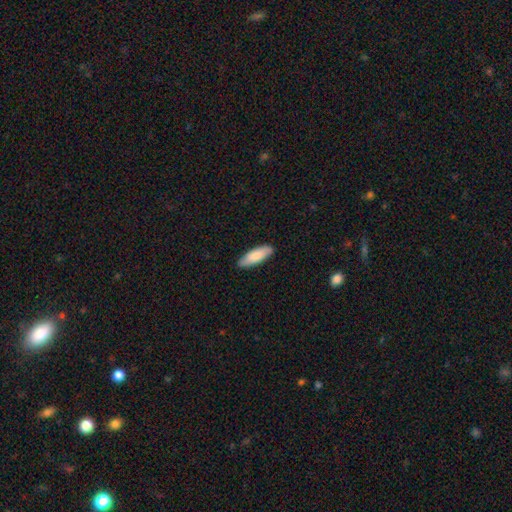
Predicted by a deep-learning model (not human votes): smooth 85%, featured or disk 10%, star or artifact 5%. Down the decision tree: how rounded — in between (56%); merging — none (88%).